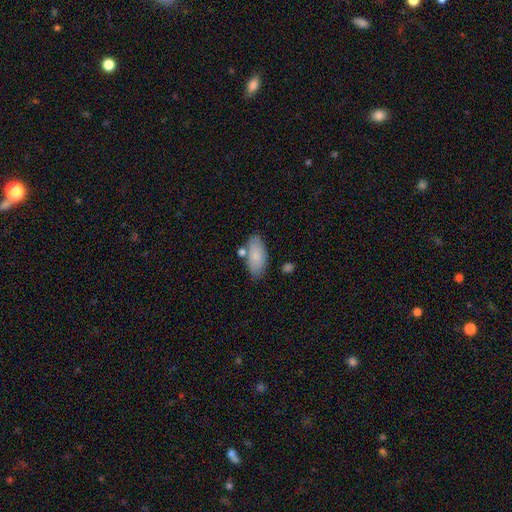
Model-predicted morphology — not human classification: Smooth or featured: smooth — 83% (featured or disk — 11%)
How rounded: in between — 90% (cigar-shaped — 8%)
Merging: none — 72% (minor disturbance — 15%)